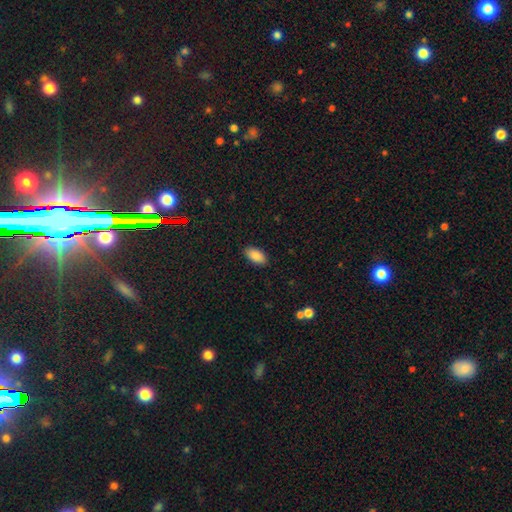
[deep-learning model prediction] A smooth galaxy with no disk features (89%) that is in between round and cigar-shaped (94%). Merging: none (88%).